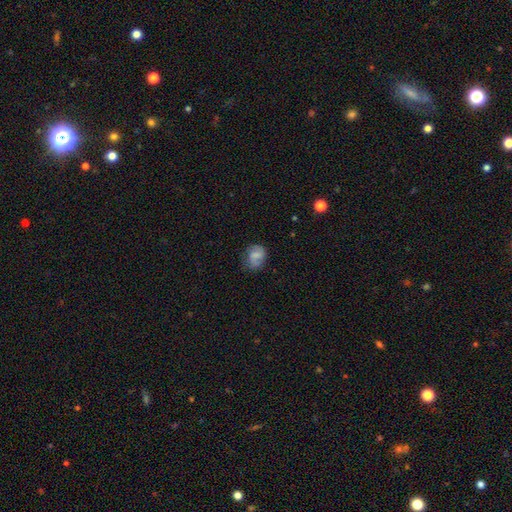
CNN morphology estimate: Smooth or featured?
  - smooth: 61% *
  - featured or disk: 30%
  - star or artifact: 9%
How rounded?
  - round: 52% *
  - in between: 47%
  - cigar-shaped: 1%
Merging?
  - none: 59% *
  - minor disturbance: 28%
  - major disturbance: 10%
  - merger: 2%